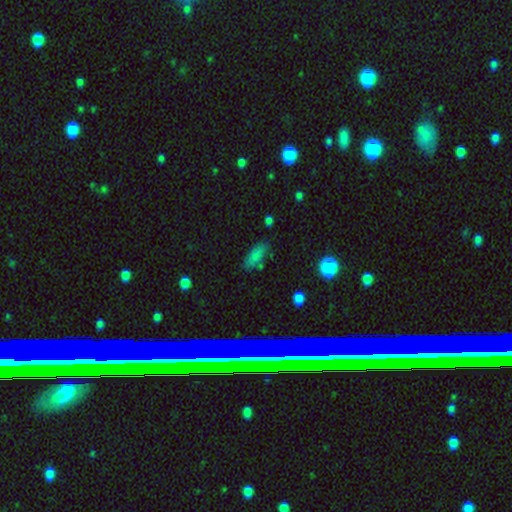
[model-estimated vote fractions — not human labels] A smooth galaxy with no disk features (81%) that is in between round and cigar-shaped (76%). Merging: none (70%).